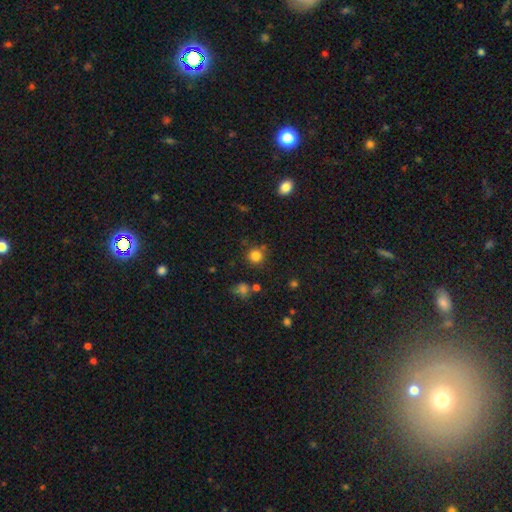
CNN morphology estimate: smooth-or-featured: smooth: 81% | star or artifact: 14% | featured or disk: 5%
  how-rounded: round: 92% | in between: 7% | cigar-shaped: 1%
  merging: none: 81% | minor disturbance: 10% | merger: 7% | major disturbance: 3%